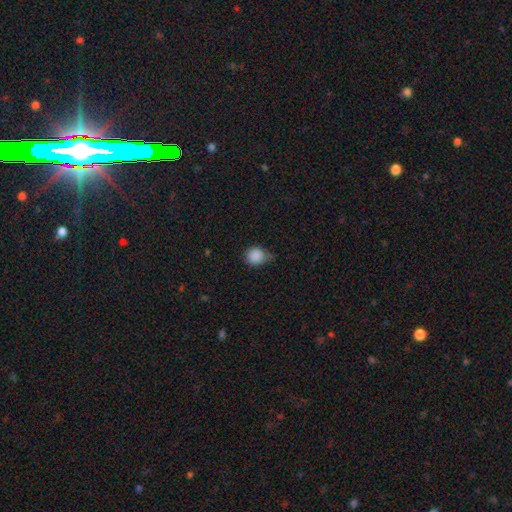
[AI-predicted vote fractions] Overall: smooth (87%). How rounded: round (86%). Merging: none (52%; minor disturbance 36%).